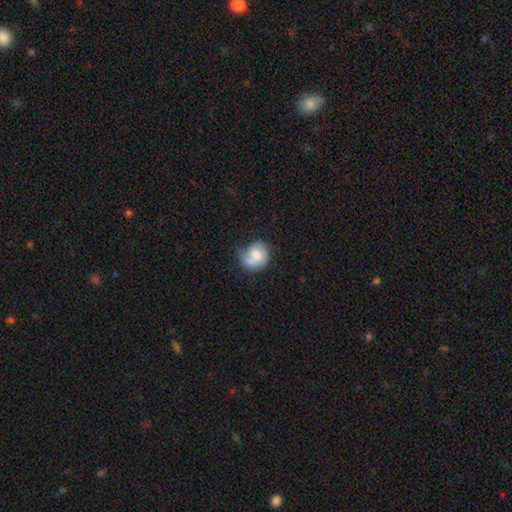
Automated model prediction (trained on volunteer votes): A smooth galaxy with no disk features (62%) that is round (67%). Merging: none (46%).